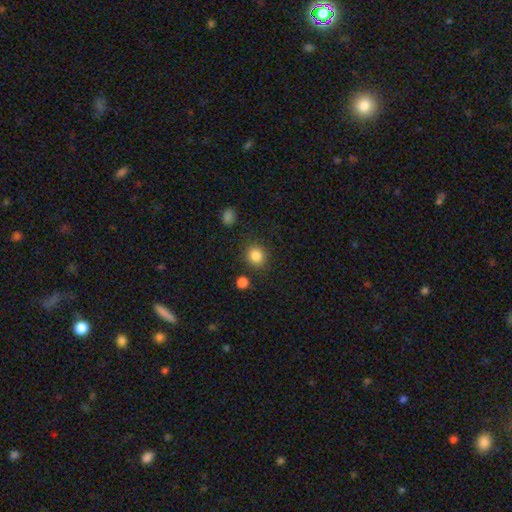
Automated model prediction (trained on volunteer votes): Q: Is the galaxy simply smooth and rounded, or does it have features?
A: smooth — 85%.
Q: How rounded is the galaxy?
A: round — 85%.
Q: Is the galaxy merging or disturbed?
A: none — 84%.